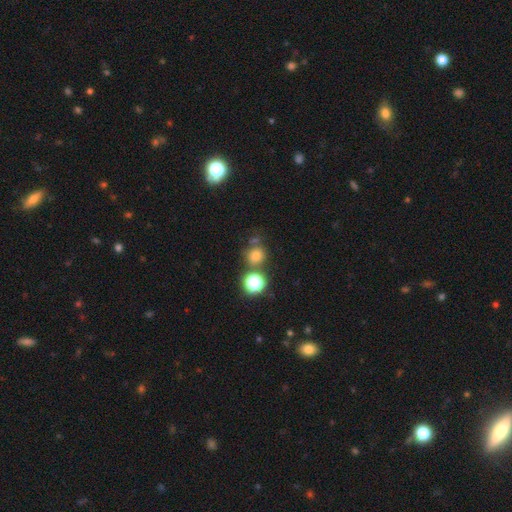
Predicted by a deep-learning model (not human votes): smooth_or_featured: smooth (p=0.73) [alt: star or artifact p=0.21]
how_rounded: round (p=0.84) [alt: in between p=0.15]
merging: none (p=0.64) [alt: merger p=0.19]